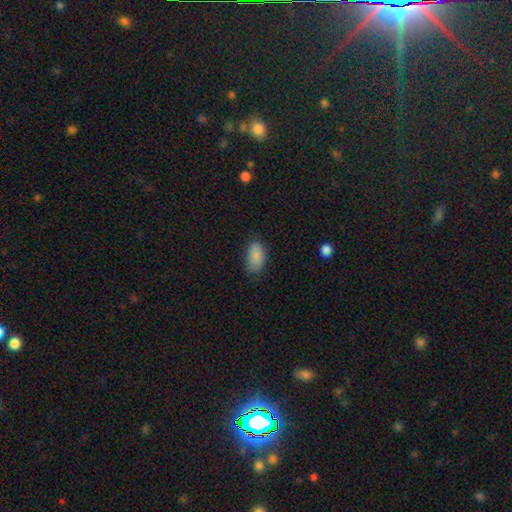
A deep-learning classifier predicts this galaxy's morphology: This appears to be a smooth galaxy with no disk features (87%) that is in between round and cigar-shaped (93%). Merging: none (74%).